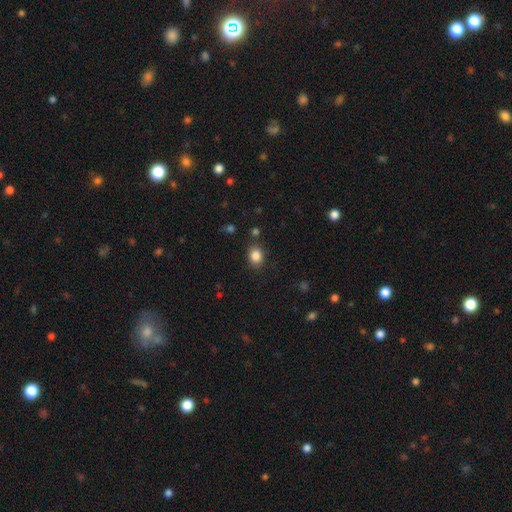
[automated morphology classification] This appears to be a smooth galaxy with no disk features (85%) that is in between round and cigar-shaped (52%). Merging: none (82%).